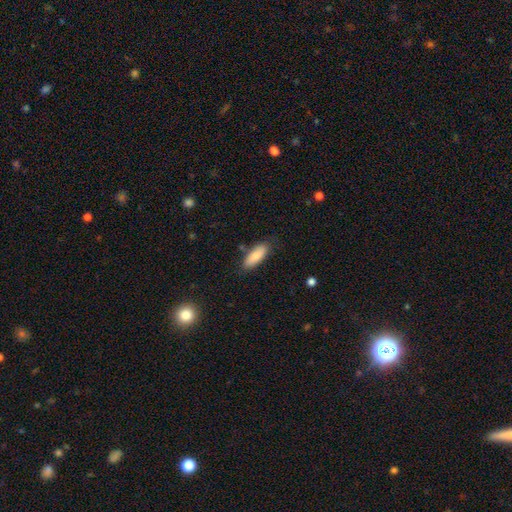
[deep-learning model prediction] Smooth or featured: smooth — 85% (featured or disk — 9%)
How rounded: in between — 73% (cigar-shaped — 26%)
Merging: none — 81% (minor disturbance — 14%)